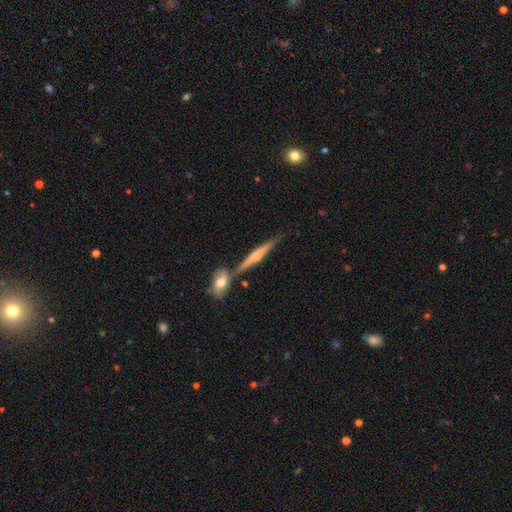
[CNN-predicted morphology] Smooth or featured: featured or disk — 59% (smooth — 35%)
Edge-on disk: yes — 94% (no — 6%)
Edge-on bulge: rounded — 53% (none — 30%)
Merging: none — 66% (merger — 17%)